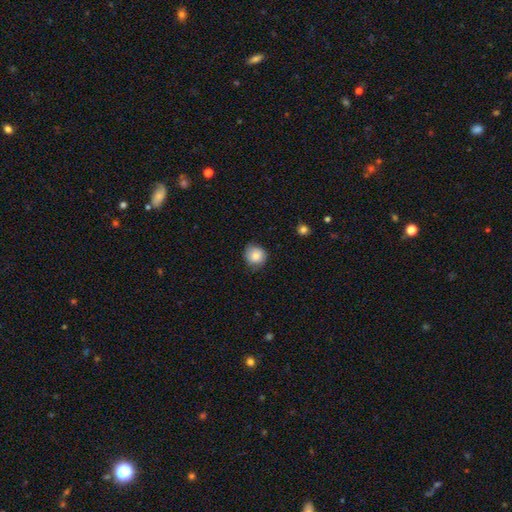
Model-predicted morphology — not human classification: This is clearly a smooth galaxy (84%). How rounded: clearly round (88%). Merging: likely none (76%).